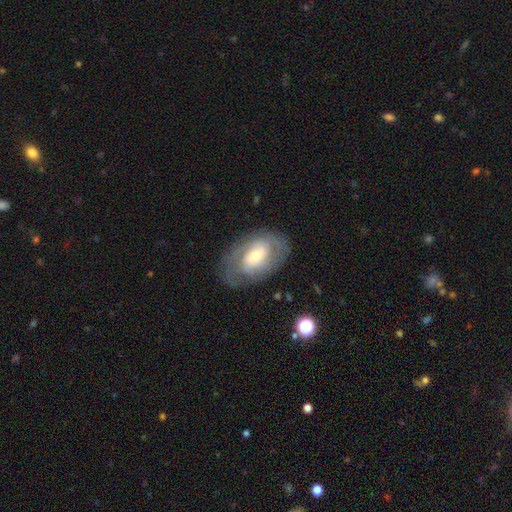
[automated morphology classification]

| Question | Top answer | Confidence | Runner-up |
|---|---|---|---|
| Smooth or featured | featured or disk | 69% | smooth (24%) |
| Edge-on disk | no | 95% | yes (5%) |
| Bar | no | 45% | weak (43%) |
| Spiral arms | yes | 82% | no (18%) |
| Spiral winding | tight | 54% | medium (34%) |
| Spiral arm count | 2 | 44% | can't tell (38%) |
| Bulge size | moderate | 52% | small (37%) |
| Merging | none | 73% | minor disturbance (17%) |